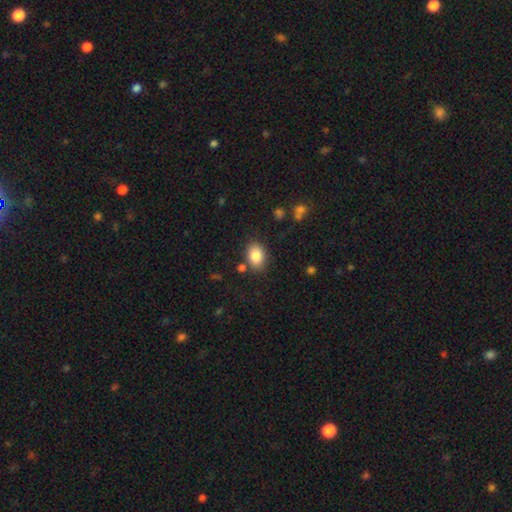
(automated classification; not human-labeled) smooth 85%, star or artifact 8%, featured or disk 7%. Down the decision tree: how rounded — in between (78%); merging — none (81%).